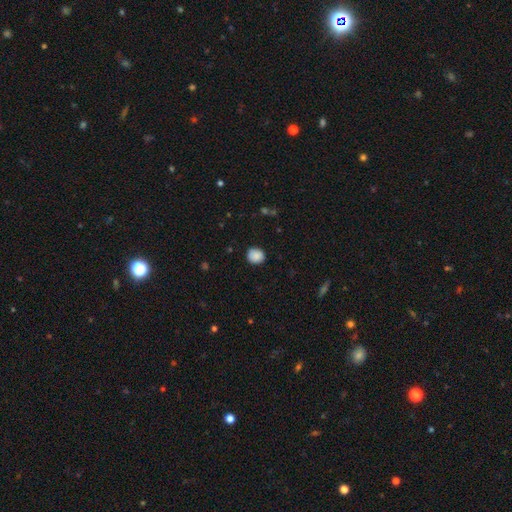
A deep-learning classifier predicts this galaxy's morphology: This appears to be a smooth galaxy with no disk features (86%) that is round (76%). Merging: none (83%).